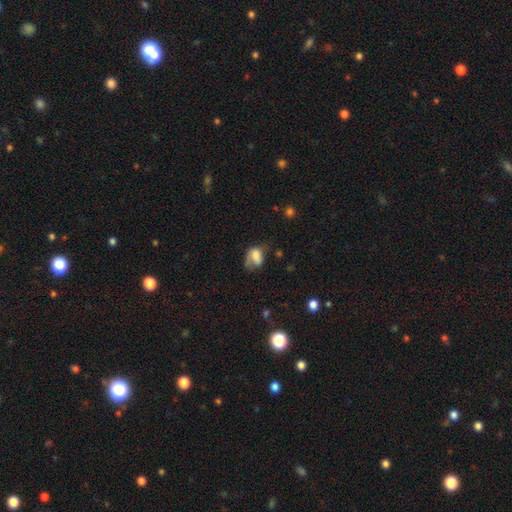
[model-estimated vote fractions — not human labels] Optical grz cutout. It shows a smooth galaxy with no disk features (66%) that is in between round and cigar-shaped (76%). Merging: major disturbance (36%).